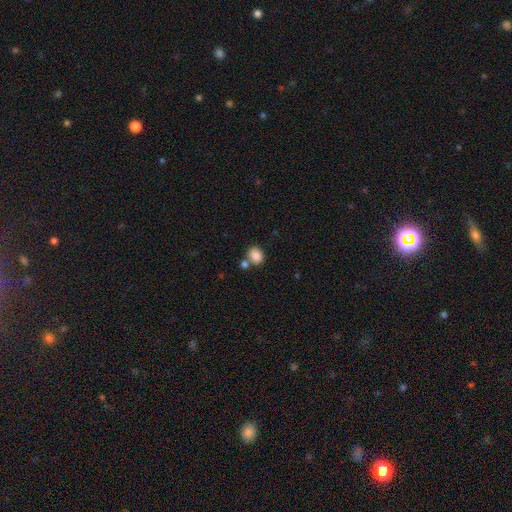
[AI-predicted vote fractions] Smooth or featured? smooth (86%)
How rounded? in between (51%)
Merging? none (61%)